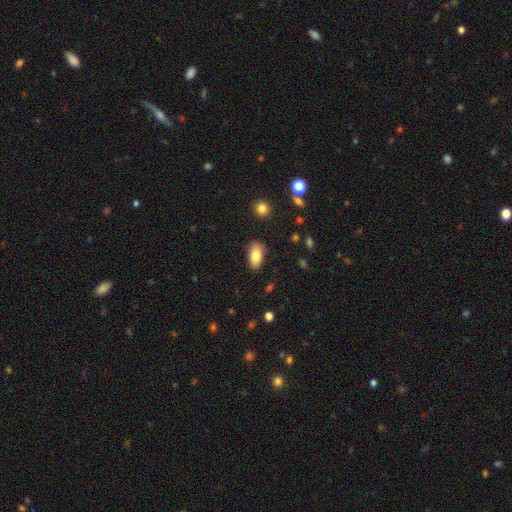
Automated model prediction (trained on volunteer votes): This is clearly a smooth galaxy (82%). How rounded: clearly in between (92%). Merging: clearly none (84%).